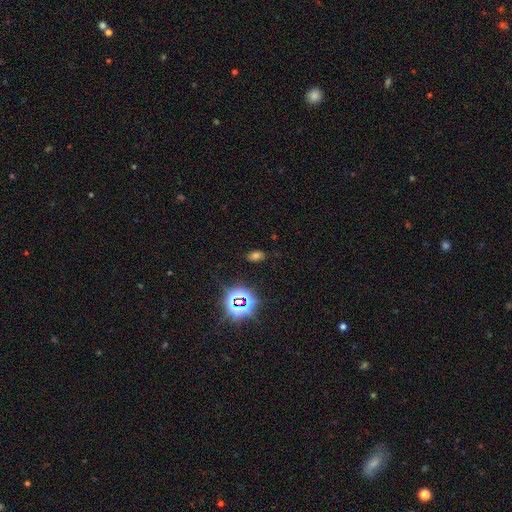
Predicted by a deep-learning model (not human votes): smooth 58%, star or artifact 32%, featured or disk 10%. Down the decision tree: how rounded — in between (87%); merging — none (81%).